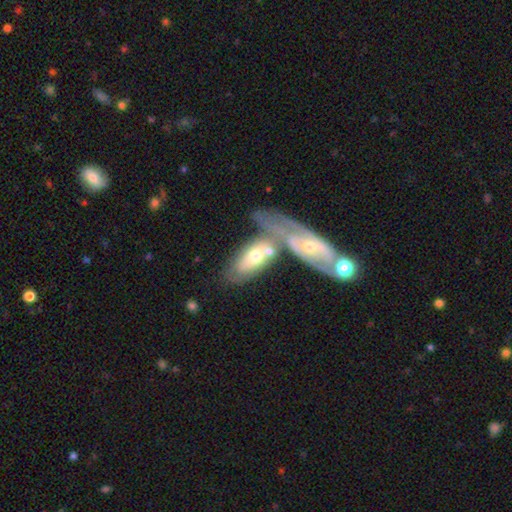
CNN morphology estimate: smooth_or_featured: featured or disk (p=0.52) [alt: smooth p=0.42]
disk_edge_on: no (p=0.78) [alt: yes p=0.22]
merging: merger (p=0.55) [alt: none p=0.25]